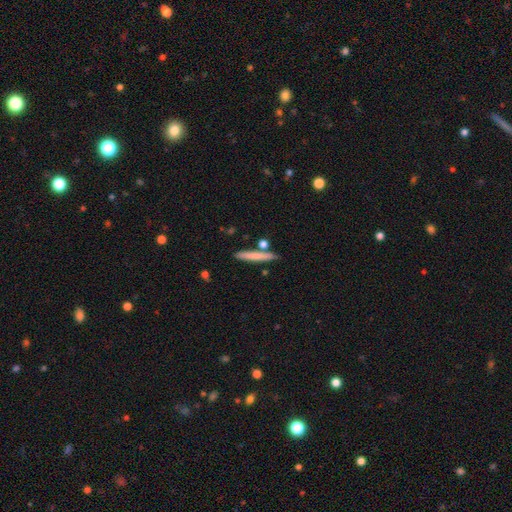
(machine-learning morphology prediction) The model was most divided on "smooth or featured": smooth: 70%, featured or disk: 23%, star or artifact: 6%. More confident: how rounded — cigar-shaped (93%); merging — none (81%).